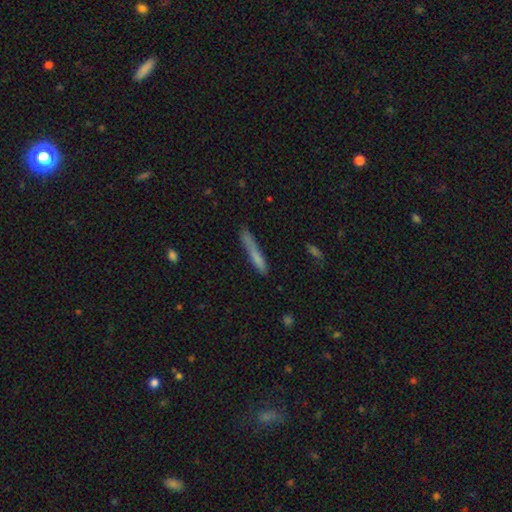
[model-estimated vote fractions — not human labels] Overall: smooth (73%). How rounded: cigar-shaped (94%). Merging: none (69%).